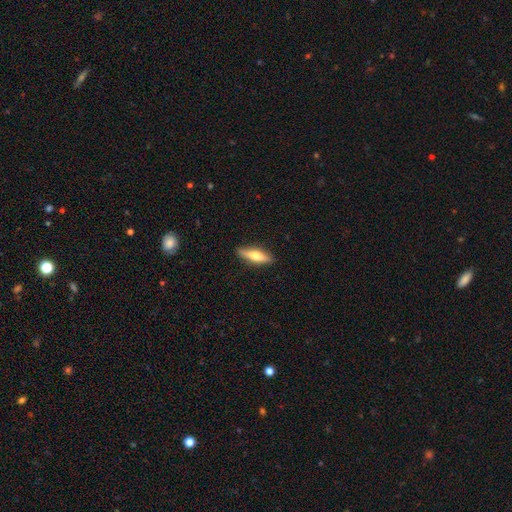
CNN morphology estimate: The model was most divided on "how rounded": cigar-shaped: 60%, in between: 38%, round: 2%. More confident: merging — none (88%); smooth or featured — smooth (61%).